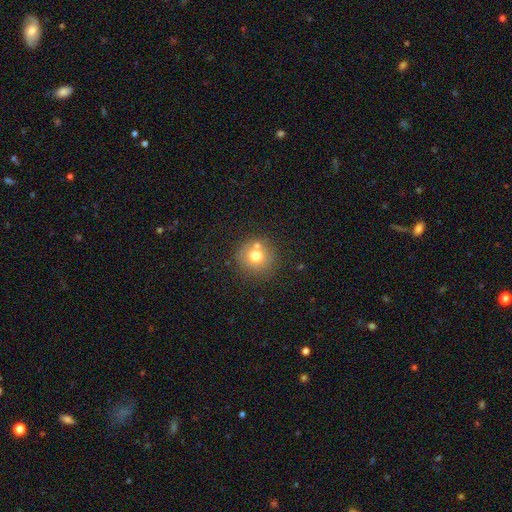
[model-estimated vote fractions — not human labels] smooth 72%, featured or disk 16%, star or artifact 12%. Down the decision tree: how rounded — round (91%); merging — none (69%).